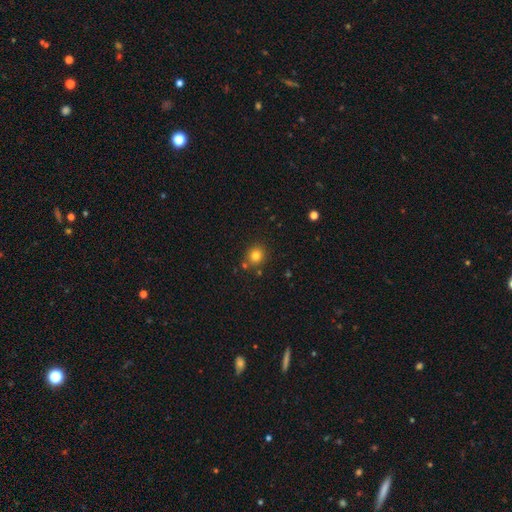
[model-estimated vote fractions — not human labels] Smooth or featured: smooth — 81% (star or artifact — 13%)
How rounded: round — 85% (in between — 15%)
Merging: none — 80% (minor disturbance — 9%)